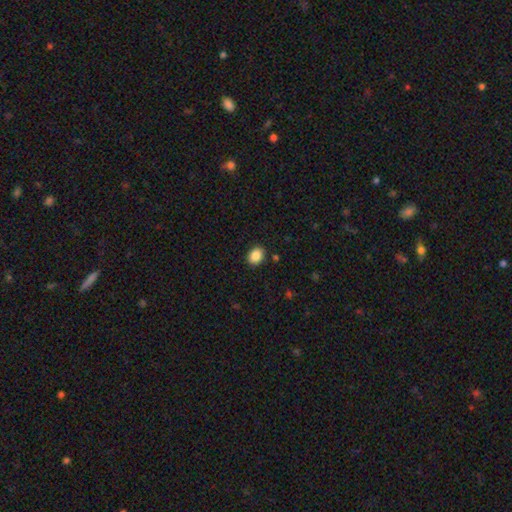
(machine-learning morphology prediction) Overall: smooth (87%). How rounded: in between (56%; round 44%). Merging: none (89%).